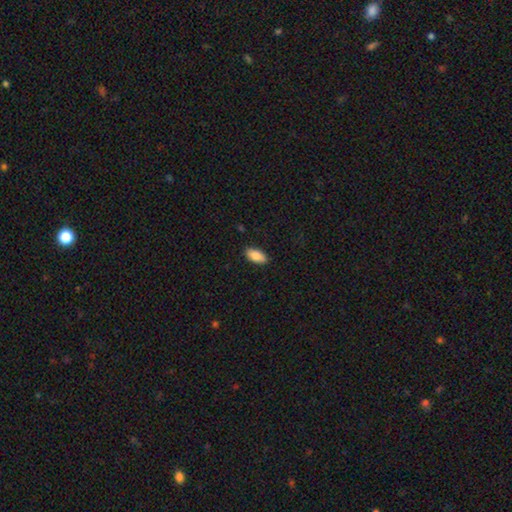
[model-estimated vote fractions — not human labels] Smooth or featured? smooth (87%)
How rounded? in between (92%)
Merging? none (88%)